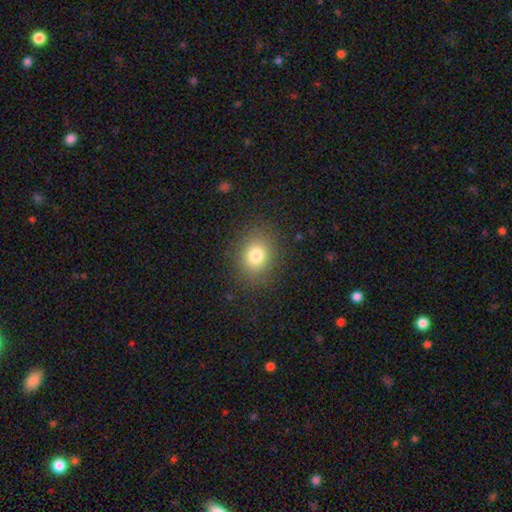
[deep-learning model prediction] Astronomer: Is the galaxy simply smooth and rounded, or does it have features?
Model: smooth — 79%.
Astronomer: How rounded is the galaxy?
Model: round — 63%.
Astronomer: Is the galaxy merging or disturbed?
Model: none — 87%.